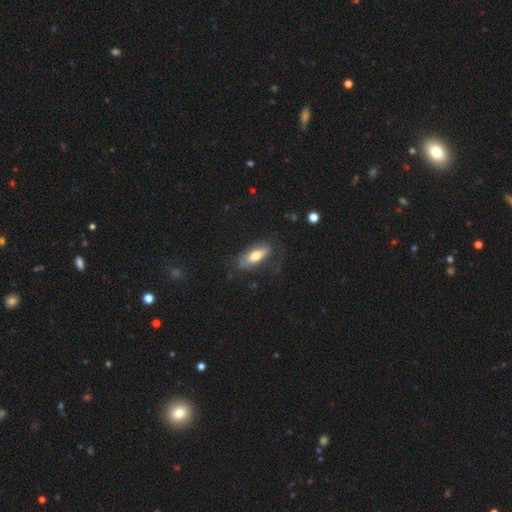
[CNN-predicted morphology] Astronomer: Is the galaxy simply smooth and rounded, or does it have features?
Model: smooth — 63%.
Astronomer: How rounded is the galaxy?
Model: in between — 76%.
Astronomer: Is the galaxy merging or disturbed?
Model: none — 62%.